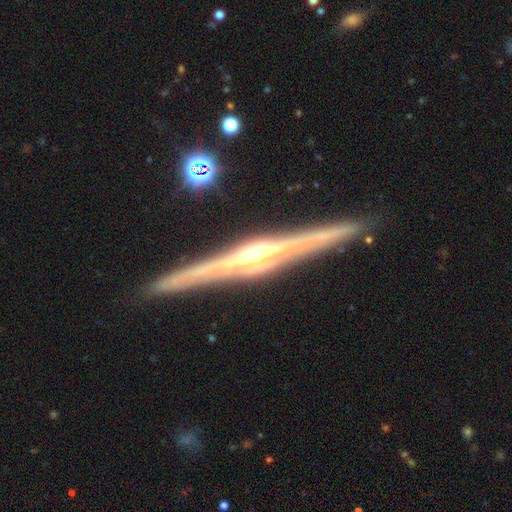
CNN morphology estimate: Smooth or featured? featured or disk (86%)
Edge-on disk? yes (98%)
Edge-on bulge? rounded (79%)
Merging? none (89%)